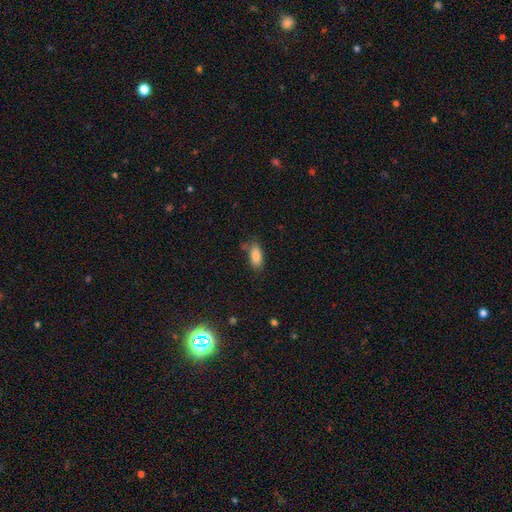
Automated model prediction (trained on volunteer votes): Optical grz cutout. It shows a smooth galaxy with no disk features (85%) that is in between round and cigar-shaped (88%). Merging: none (69%).